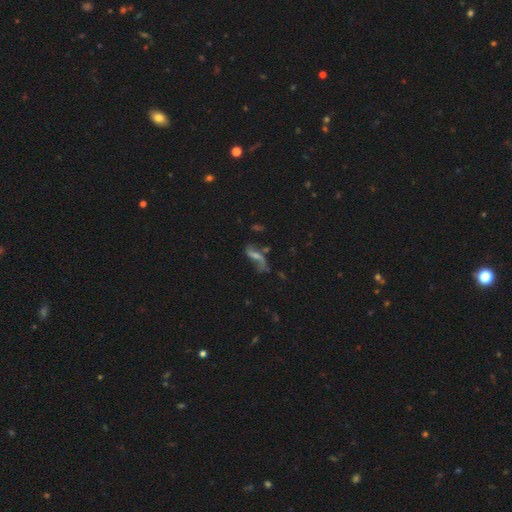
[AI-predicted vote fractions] Smooth or featured?
  - featured or disk: 67% *
  - smooth: 19%
  - star or artifact: 14%
Edge-on disk?
  - no: 87% *
  - yes: 13%
Bar?
  - no: 41% *
  - weak: 38%
  - strong: 21%
Spiral arms?
  - yes: 81% *
  - no: 19%
Bulge size?
  - small: 47% *
  - moderate: 28%
  - none: 20%
  - large: 3%
  - dominant: 2%
Merging?
  - none: 47% *
  - major disturbance: 23%
  - minor disturbance: 20%
  - merger: 10%